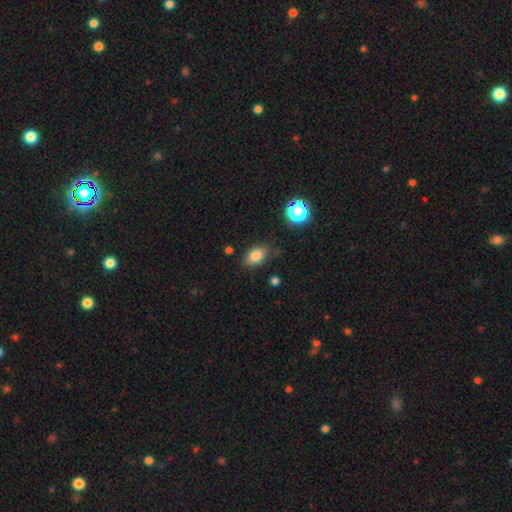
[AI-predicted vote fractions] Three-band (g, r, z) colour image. It shows a smooth galaxy with no disk features (81%) that is in between round and cigar-shaped (84%). Merging: none (80%).